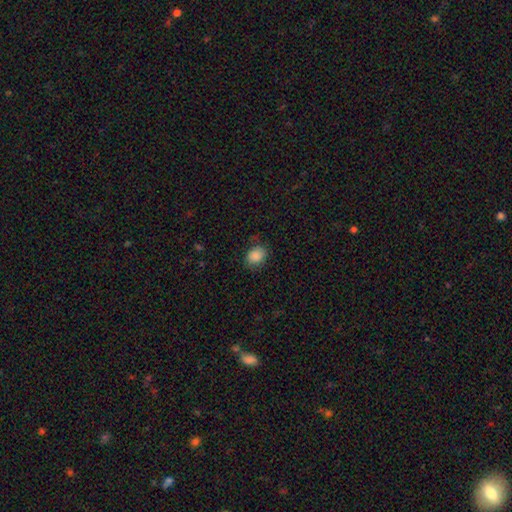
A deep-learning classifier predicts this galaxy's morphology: This appears to be a smooth galaxy with no disk features (87%) that is in between round and cigar-shaped (56%). Merging: none (78%).